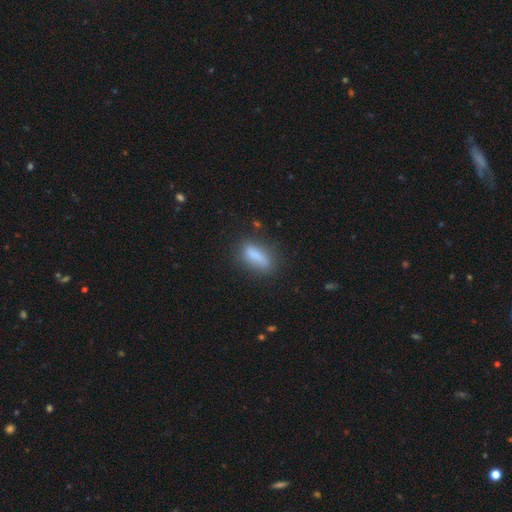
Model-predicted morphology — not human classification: type=smooth (80%); roundness=in between (61%); merging=none (72%).